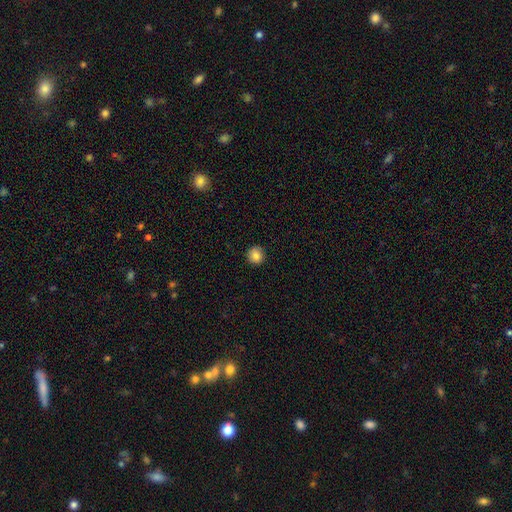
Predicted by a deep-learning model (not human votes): Smooth or featured? smooth (84%)
How rounded? round (94%)
Merging? none (91%)